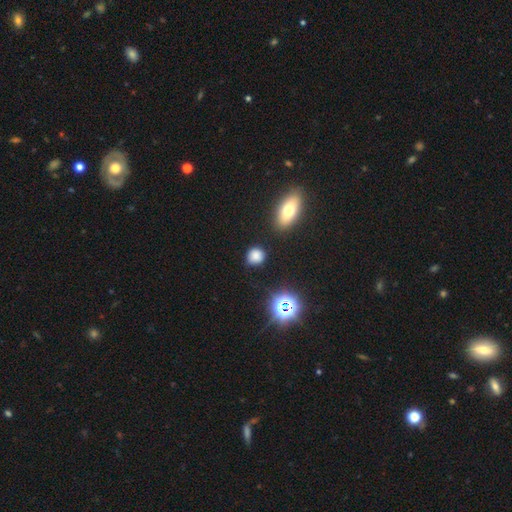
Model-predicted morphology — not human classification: smooth-or-featured: smooth: 77% | star or artifact: 17% | featured or disk: 6%
  how-rounded: round: 76% | in between: 22% | cigar-shaped: 2%
  merging: none: 80% | minor disturbance: 14% | major disturbance: 4% | merger: 3%